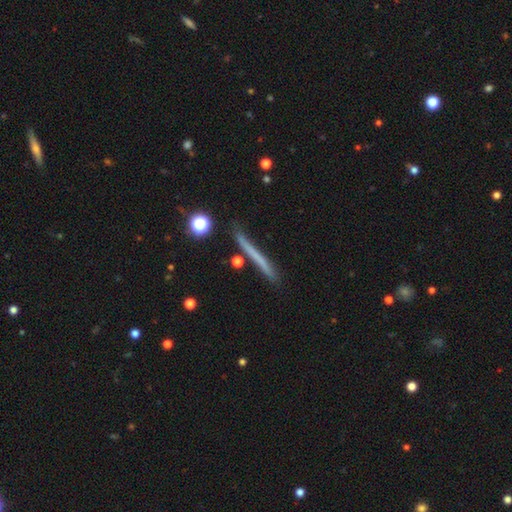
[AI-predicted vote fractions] smooth 52%, featured or disk 40%, star or artifact 8%. Down the decision tree: how rounded — cigar-shaped (96%); merging — none (82%).